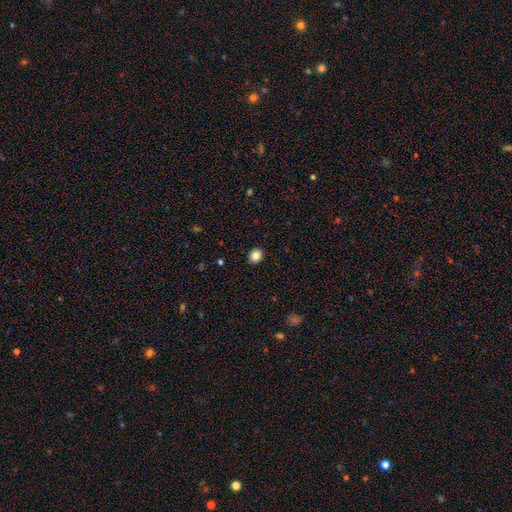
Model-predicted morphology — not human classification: Q: Smooth or featured?
A: smooth (84%); runner-up: star or artifact (11%)
Q: How rounded?
A: round (74%); runner-up: in between (25%)
Q: Merging?
A: none (92%); runner-up: minor disturbance (6%)